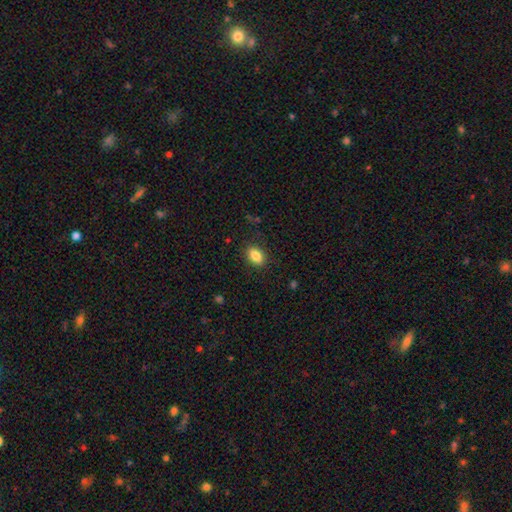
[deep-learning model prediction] Smooth or featured: smooth — 86% (star or artifact — 9%)
How rounded: in between — 85% (round — 13%)
Merging: none — 86% (minor disturbance — 10%)